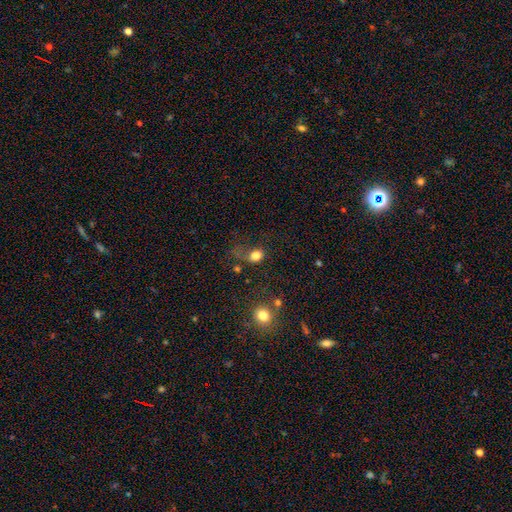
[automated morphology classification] Q: Smooth or featured?
A: smooth (80%); runner-up: star or artifact (13%)
Q: How rounded?
A: round (57%); runner-up: in between (41%)
Q: Merging?
A: none (47%); runner-up: major disturbance (24%)